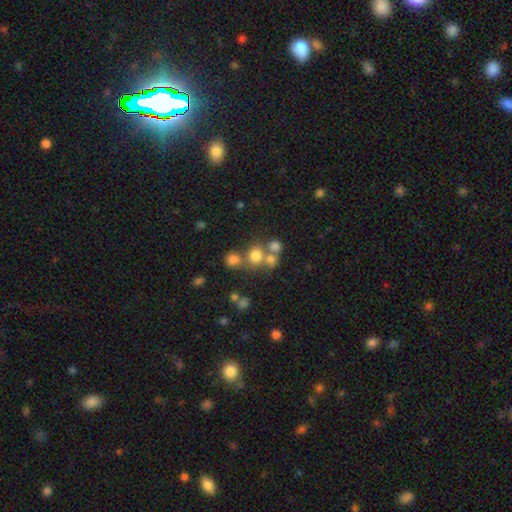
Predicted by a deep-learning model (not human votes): A smooth galaxy with no disk features (68%) that is round (80%). Merging: none (51%).